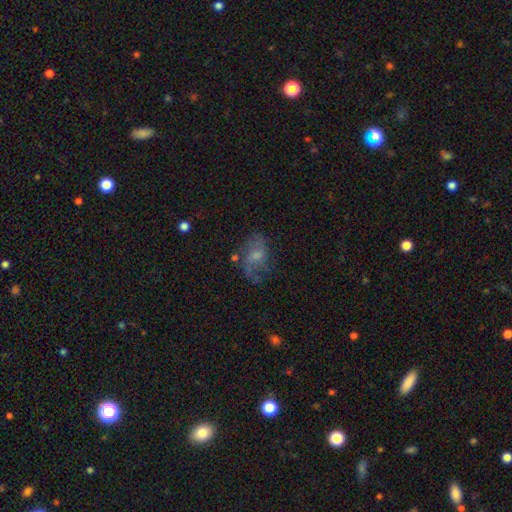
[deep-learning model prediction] Overall: featured or disk (52%; smooth 37%). Edge-on disk: no (96%). Merging: none (47%; minor disturbance 24%).